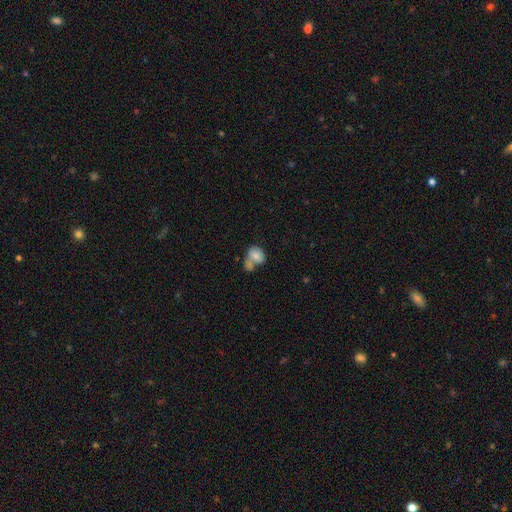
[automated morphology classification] type=smooth (76%); roundness=in between (63%); merging=merger (53%).